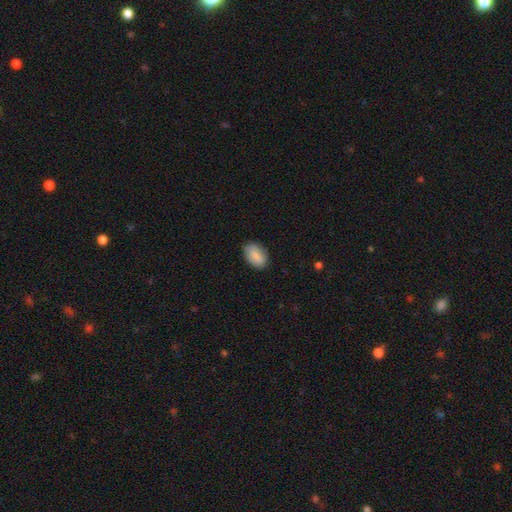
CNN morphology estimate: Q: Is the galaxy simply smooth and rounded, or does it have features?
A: smooth — 83%.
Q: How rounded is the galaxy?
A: in between — 89%.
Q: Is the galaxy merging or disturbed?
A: none — 81%.